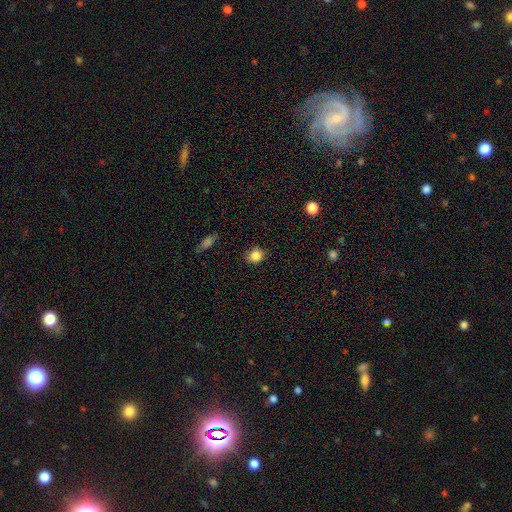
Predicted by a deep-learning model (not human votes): smooth 84%, star or artifact 10%, featured or disk 5%. Down the decision tree: how rounded — round (73%); merging — none (84%).